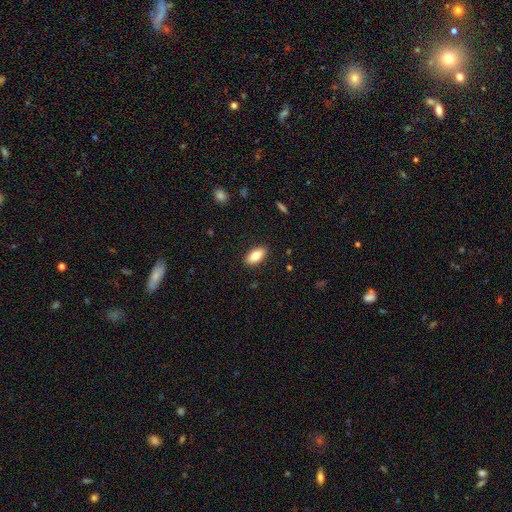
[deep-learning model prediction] The model was most divided on "smooth or featured": smooth: 77%, featured or disk: 16%, star or artifact: 7%. More confident: merging — none (89%); how rounded — in between (86%).